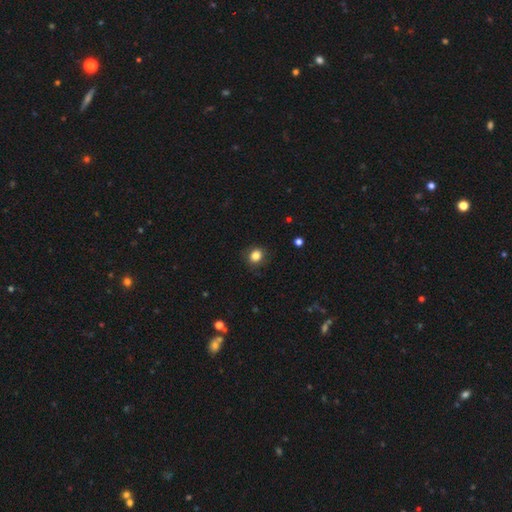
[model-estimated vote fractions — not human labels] A smooth galaxy with no disk features (84%) that is round (71%). Merging: none (84%).